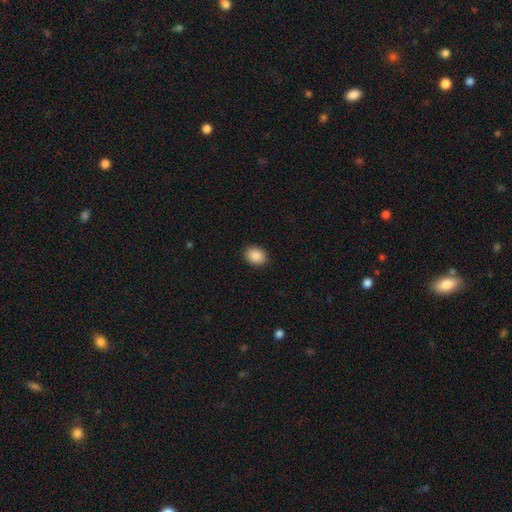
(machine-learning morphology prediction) smooth-or-featured: smooth: 89% | star or artifact: 8% | featured or disk: 3%
  how-rounded: in between: 65% | round: 34% | cigar-shaped: 1%
  merging: none: 90% | minor disturbance: 7% | major disturbance: 2% | merger: 1%